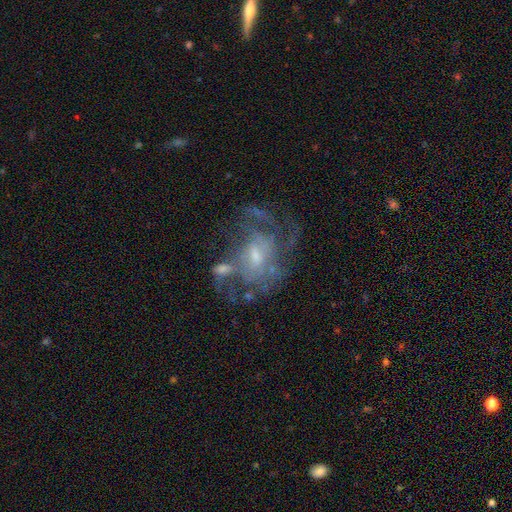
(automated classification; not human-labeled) Morphology: type=featured or disk (75%); edge-on=no (97%); bar=no (61%); spiral arms=yes (78%); winding=tight (41%, tied with medium); arm count=can't tell (45%); bulge=small (52%); merging=none (54%).